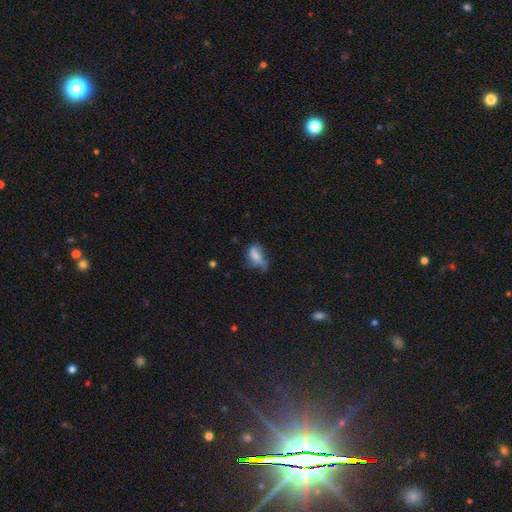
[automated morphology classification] A smooth galaxy with no disk features (56%) that is in between round and cigar-shaped (82%).

Vote fractions:
- Smooth or featured? smooth: 56% / featured or disk: 32% / star or artifact: 11%
- How rounded? in between: 82% / round: 10% / cigar-shaped: 9%
- Merging? major disturbance: 33% / minor disturbance: 31% / none: 30% / merger: 6%